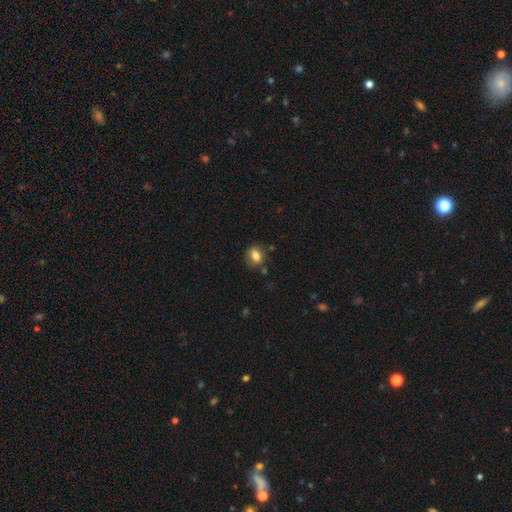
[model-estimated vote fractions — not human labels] A smooth galaxy with no disk features (79%) that is round (51%).

Vote fractions:
- Smooth or featured? smooth: 79% / featured or disk: 12% / star or artifact: 10%
- How rounded? round: 51% / in between: 48% / cigar-shaped: 1%
- Merging? none: 77% / minor disturbance: 15% / merger: 4% / major disturbance: 4%